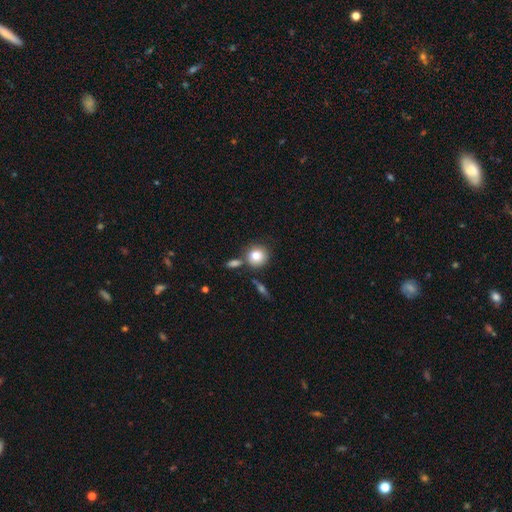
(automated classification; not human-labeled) A smooth galaxy with no disk features (80%) that is round (88%).

Vote fractions:
- Smooth or featured? smooth: 80% / featured or disk: 11% / star or artifact: 9%
- How rounded? round: 88% / in between: 11% / cigar-shaped: 1%
- Merging? none: 71% / merger: 15% / minor disturbance: 11% / major disturbance: 3%